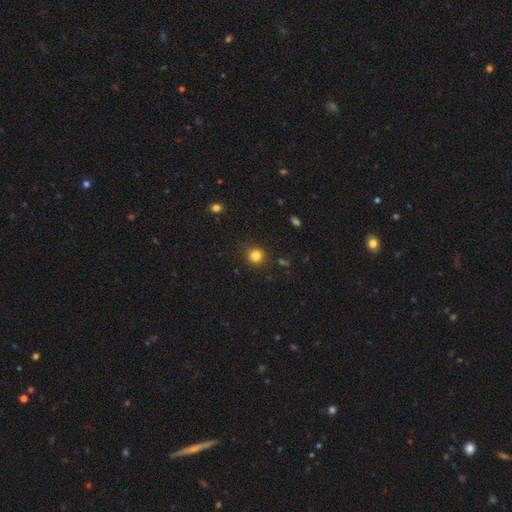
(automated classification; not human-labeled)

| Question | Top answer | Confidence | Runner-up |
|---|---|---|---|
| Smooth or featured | smooth | 82% | star or artifact (13%) |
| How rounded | round | 91% | in between (8%) |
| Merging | none | 88% | minor disturbance (8%) |